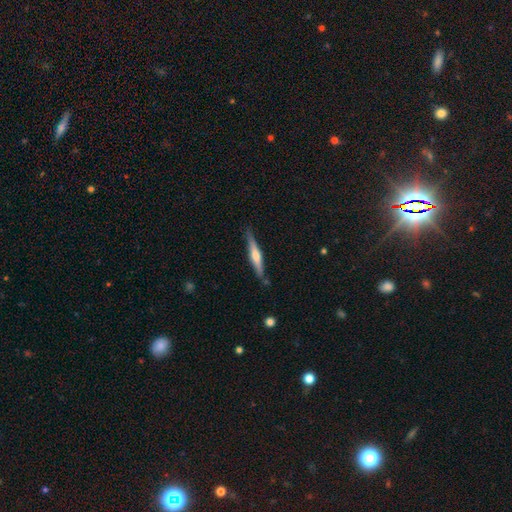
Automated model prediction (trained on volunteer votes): Smooth or featured?
  - featured or disk: 58% *
  - smooth: 37%
  - star or artifact: 5%
Edge-on disk?
  - yes: 96% *
  - no: 4%
Edge-on bulge?
  - rounded: 81% *
  - none: 10%
  - boxy: 9%
Merging?
  - none: 82% *
  - minor disturbance: 14%
  - merger: 2%
  - major disturbance: 2%